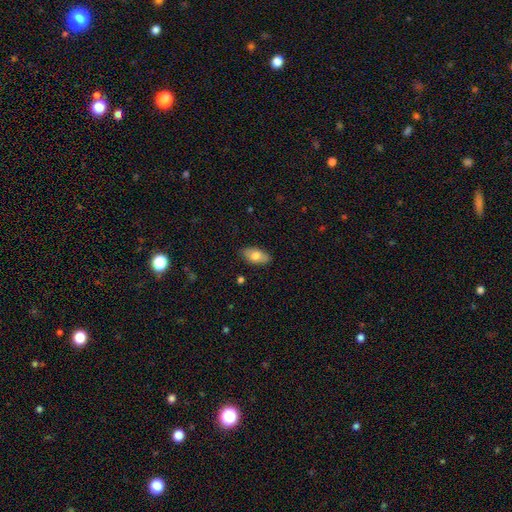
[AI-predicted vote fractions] smooth-or-featured: smooth: 76% | featured or disk: 18% | star or artifact: 7%
  how-rounded: in between: 91% | cigar-shaped: 5% | round: 3%
  merging: none: 86% | minor disturbance: 11% | major disturbance: 2% | merger: 1%